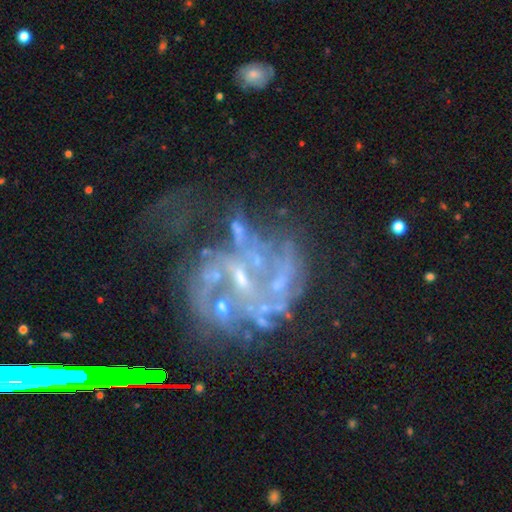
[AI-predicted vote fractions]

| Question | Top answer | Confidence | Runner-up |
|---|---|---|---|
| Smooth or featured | featured or disk | 66% | star or artifact (20%) |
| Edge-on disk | no | 97% | yes (3%) |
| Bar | no | 60% | weak (26%) |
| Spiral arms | yes | 52% | no (48%) |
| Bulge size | small | 38% | none (37%) |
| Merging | none | 33% | major disturbance (29%) |